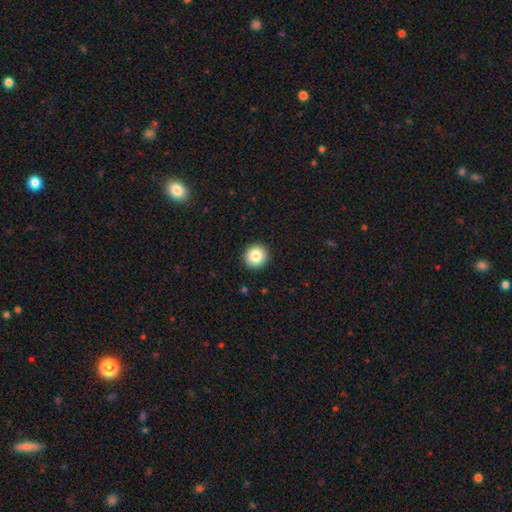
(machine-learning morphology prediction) This appears to be a smooth galaxy with no disk features (84%) that is round (94%). Merging: none (93%).